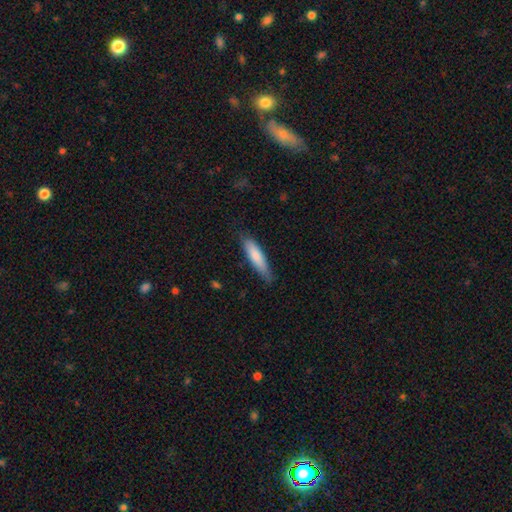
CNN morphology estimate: smooth 81%, featured or disk 14%, star or artifact 5%. Down the decision tree: how rounded — cigar-shaped (70%); merging — none (72%).